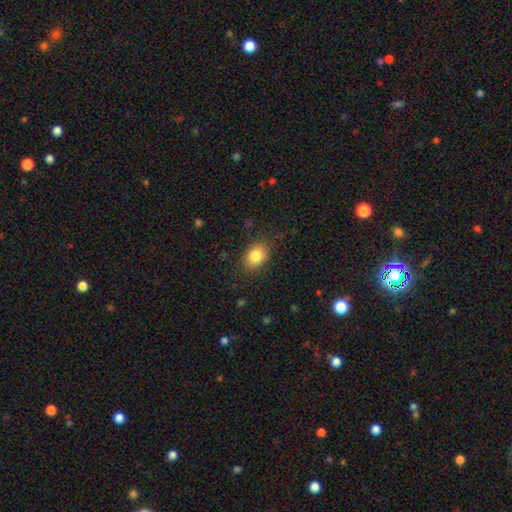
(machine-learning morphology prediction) Overall: smooth (84%). How rounded: in between (70%). Merging: none (82%).